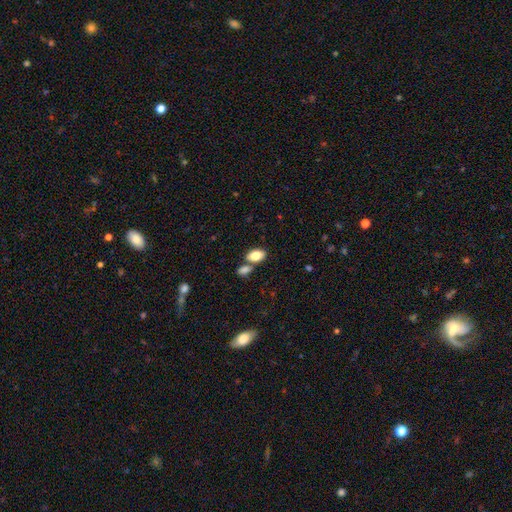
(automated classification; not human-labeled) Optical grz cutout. It shows a smooth galaxy with no disk features (83%) that is in between round and cigar-shaped (91%). Merging: none (58%).